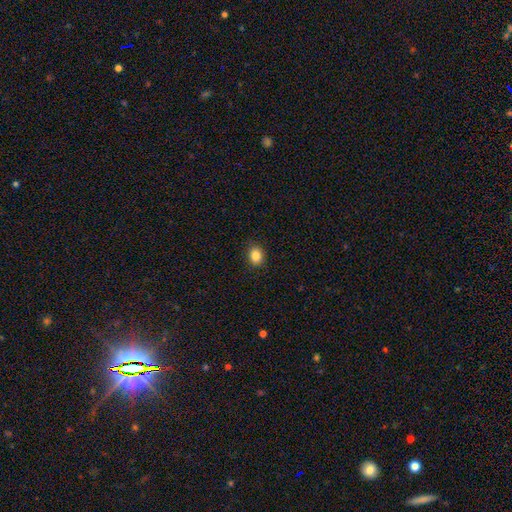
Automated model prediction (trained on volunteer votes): This is clearly a smooth galaxy (86%). How rounded: possibly round (56%). Merging: clearly none (89%).